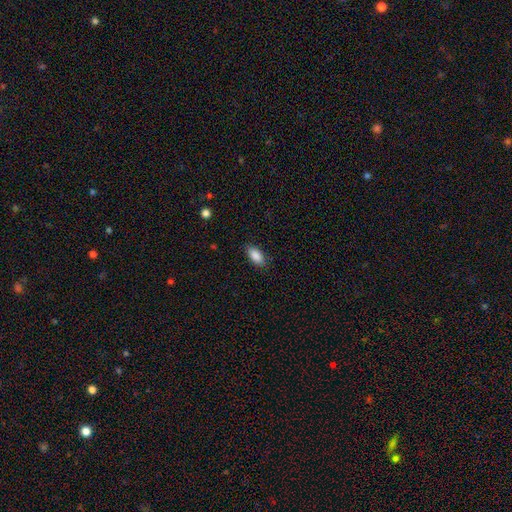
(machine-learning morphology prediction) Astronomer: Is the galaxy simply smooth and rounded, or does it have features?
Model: smooth — 88%.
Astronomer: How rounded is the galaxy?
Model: in between — 89%.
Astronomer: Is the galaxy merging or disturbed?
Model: none — 84%.